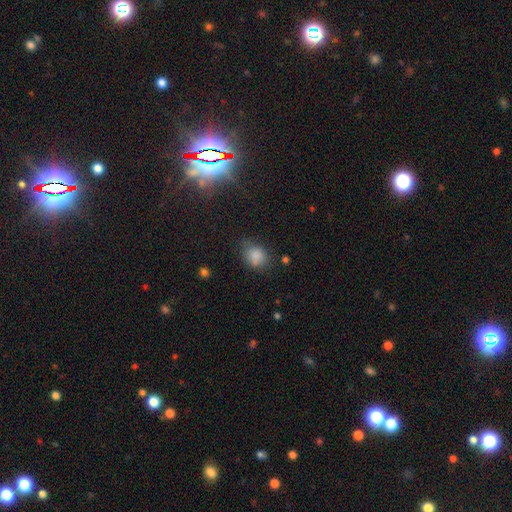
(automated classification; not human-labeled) smooth 82%, star or artifact 11%, featured or disk 7%. Down the decision tree: how rounded — round (56%); merging — none (61%).